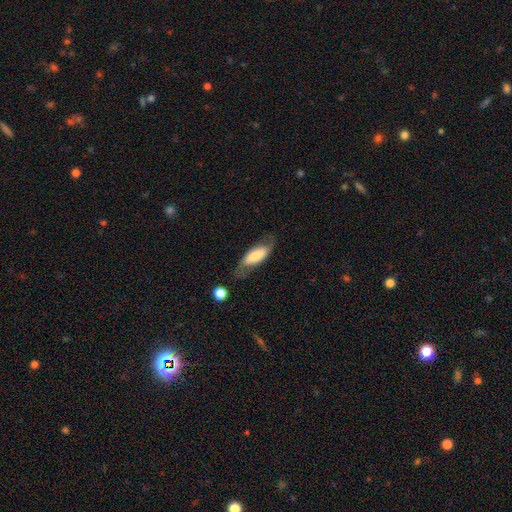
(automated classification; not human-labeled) Overall: smooth (61%; featured or disk 32%). How rounded: in between (73%). Merging: none (60%; minor disturbance 25%).